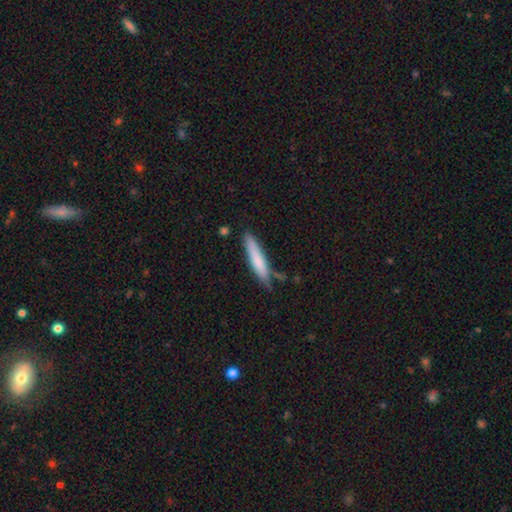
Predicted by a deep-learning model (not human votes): smooth_or_featured: smooth (p=0.73) [alt: featured or disk p=0.20]
how_rounded: cigar-shaped (p=0.90) [alt: in between p=0.09]
merging: none (p=0.75) [alt: minor disturbance p=0.18]